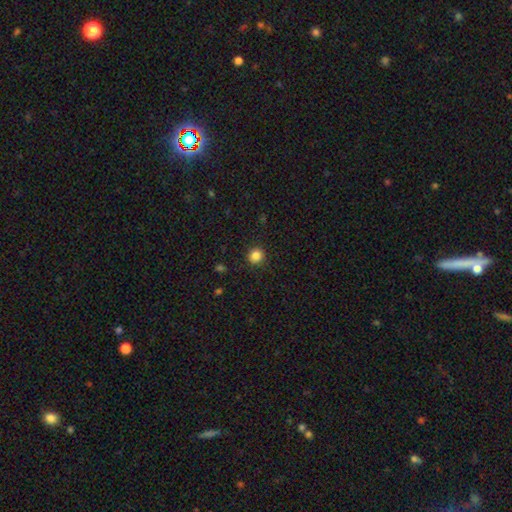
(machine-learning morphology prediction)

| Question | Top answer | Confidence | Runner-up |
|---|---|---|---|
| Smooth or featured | smooth | 84% | star or artifact (12%) |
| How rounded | round | 91% | in between (8%) |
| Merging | none | 91% | minor disturbance (6%) |